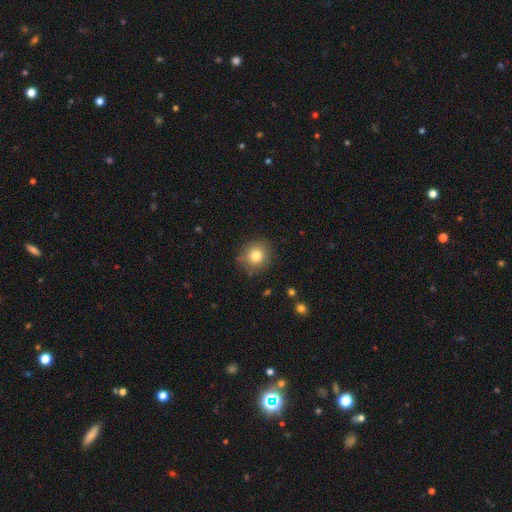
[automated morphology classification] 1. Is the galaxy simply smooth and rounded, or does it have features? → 79% smooth, 11% star or artifact, 10% featured or disk.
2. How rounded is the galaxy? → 88% round, 11% in between, 1% cigar-shaped.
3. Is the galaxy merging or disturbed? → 82% none, 13% minor disturbance, 3% major disturbance, 2% merger.